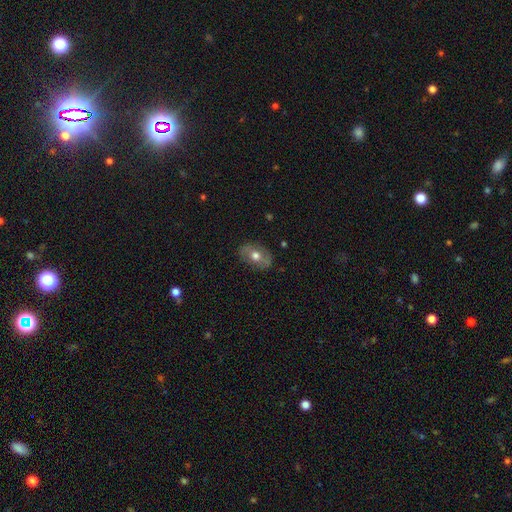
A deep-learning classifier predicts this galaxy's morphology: Smooth or featured? smooth (50%)
Merging? none (81%)